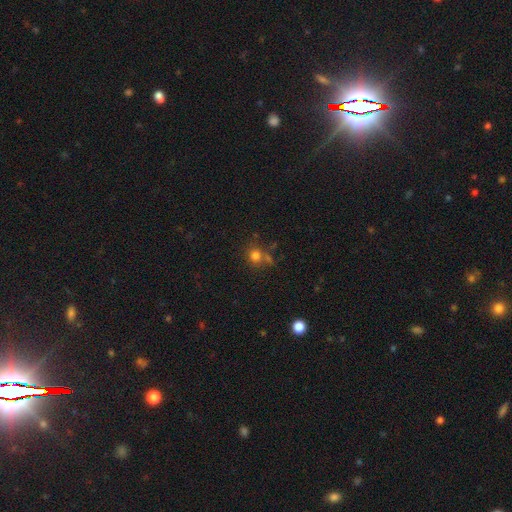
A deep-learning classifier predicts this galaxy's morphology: Q: Smooth or featured?
A: smooth (75%); runner-up: star or artifact (17%)
Q: How rounded?
A: round (82%); runner-up: in between (17%)
Q: Merging?
A: none (63%); runner-up: merger (18%)